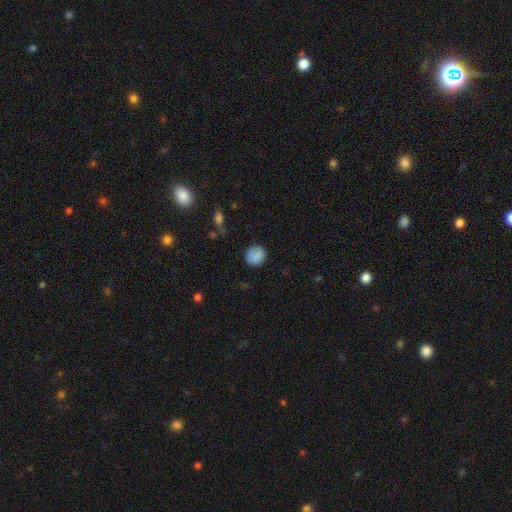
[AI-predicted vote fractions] Smooth or featured? smooth (83%)
How rounded? round (83%)
Merging? none (81%)